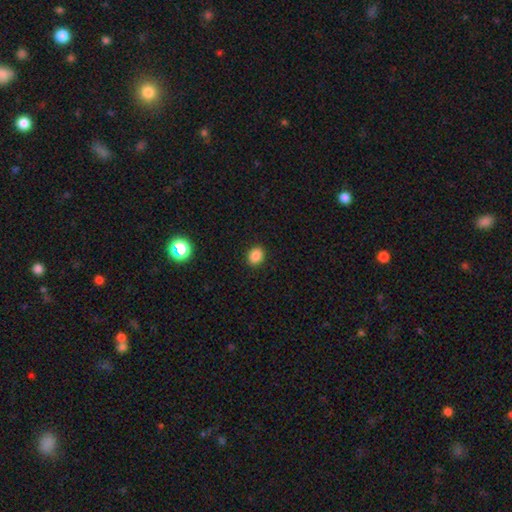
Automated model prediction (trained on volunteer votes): Q: Smooth or featured?
A: smooth (87%); runner-up: star or artifact (10%)
Q: How rounded?
A: round (52%); runner-up: in between (47%)
Q: Merging?
A: none (91%); runner-up: minor disturbance (7%)